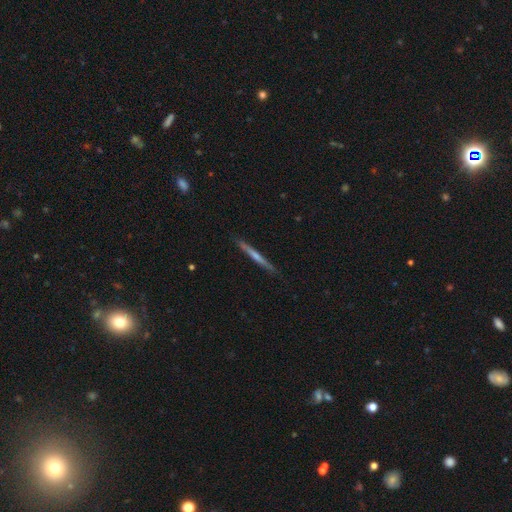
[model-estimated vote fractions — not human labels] Smooth or featured? featured or disk (70%)
Edge-on disk? yes (98%)
Edge-on bulge? rounded (64%)
Merging? none (90%)